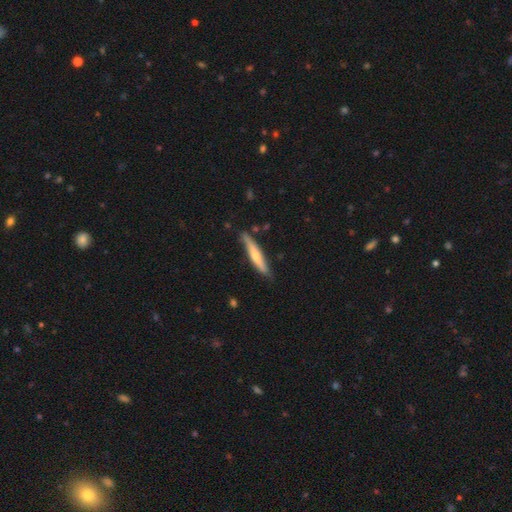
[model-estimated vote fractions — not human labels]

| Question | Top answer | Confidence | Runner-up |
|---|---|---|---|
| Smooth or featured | smooth | 55% | featured or disk (40%) |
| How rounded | cigar-shaped | 91% | in between (8%) |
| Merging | none | 78% | minor disturbance (17%) |